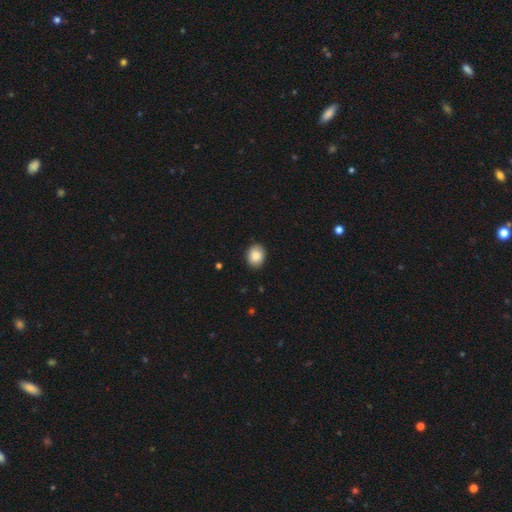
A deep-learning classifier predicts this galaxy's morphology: smooth_or_featured: smooth (p=0.87) [alt: star or artifact p=0.07]
how_rounded: in between (p=0.52) [alt: round p=0.47]
merging: none (p=0.89) [alt: minor disturbance p=0.09]